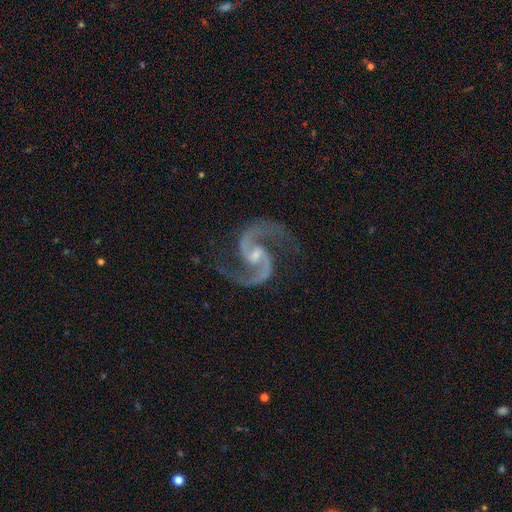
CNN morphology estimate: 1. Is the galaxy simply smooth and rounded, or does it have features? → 95% featured or disk, 4% star or artifact, 2% smooth.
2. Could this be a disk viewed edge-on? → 98% no, 2% yes.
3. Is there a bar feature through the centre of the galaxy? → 51% weak, 34% no, 16% strong.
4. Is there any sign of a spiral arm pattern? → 99% yes, 1% no.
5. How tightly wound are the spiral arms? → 67% medium, 23% loose, 10% tight.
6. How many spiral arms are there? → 95% 2, 1% 3, 1% can't tell, 1% 1, 1% 4, 1% more than 4.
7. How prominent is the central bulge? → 55% small, 31% moderate, 11% none, 2% large, 1% dominant.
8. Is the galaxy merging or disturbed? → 81% none, 13% minor disturbance, 5% major disturbance, 1% merger.